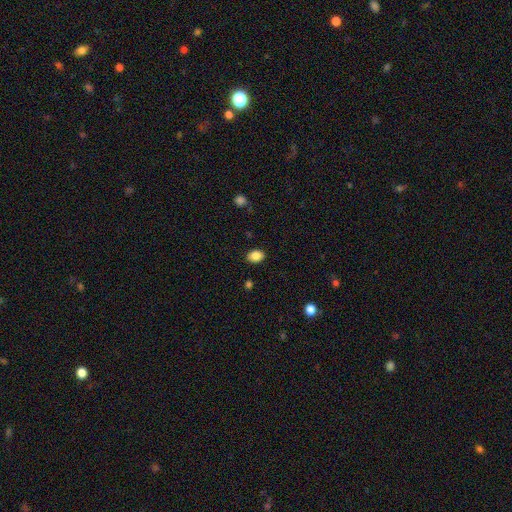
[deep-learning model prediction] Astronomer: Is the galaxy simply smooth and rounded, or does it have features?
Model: smooth — 87%.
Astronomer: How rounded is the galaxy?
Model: in between — 69%.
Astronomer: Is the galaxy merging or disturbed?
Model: none — 87%.